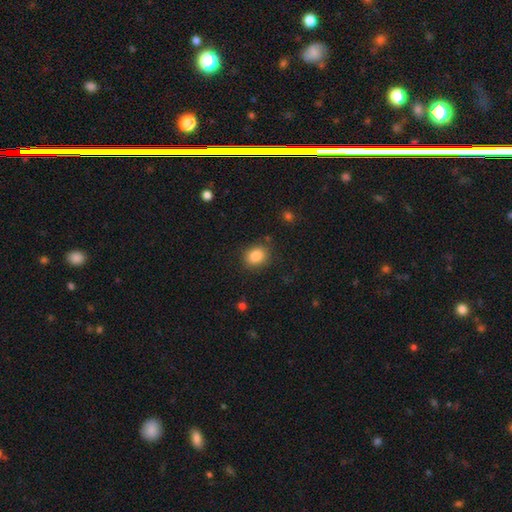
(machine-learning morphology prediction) Overall: smooth (86%). How rounded: round (53%; in between 46%). Merging: none (83%).